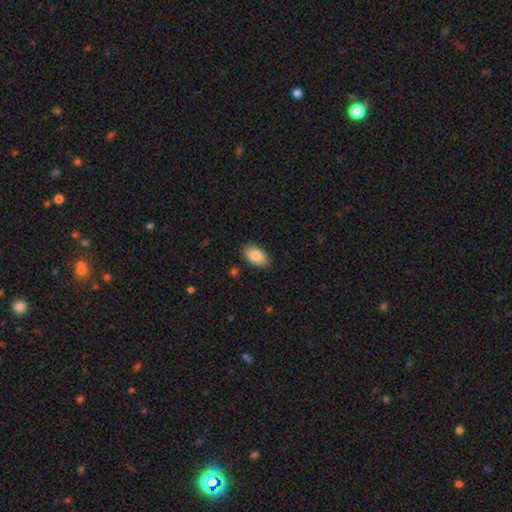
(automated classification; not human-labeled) A smooth galaxy with no disk features (86%) that is in between round and cigar-shaped (95%).

Vote fractions:
- Smooth or featured? smooth: 86% / featured or disk: 7% / star or artifact: 6%
- How rounded? in between: 95% / round: 3% / cigar-shaped: 2%
- Merging? none: 87% / minor disturbance: 10% / major disturbance: 2% / merger: 1%